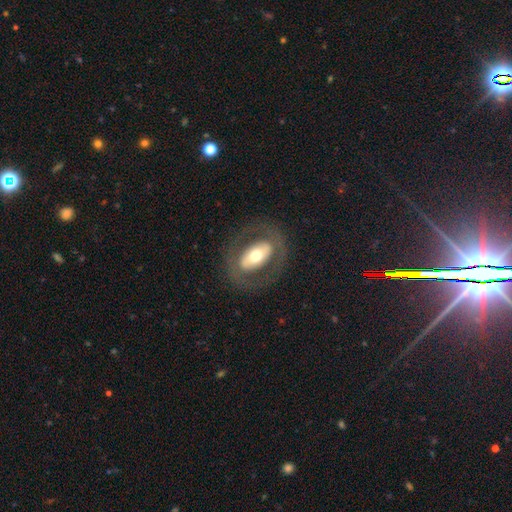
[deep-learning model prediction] A featured or disk galaxy (57%) with no bar (51%), no spiral arms (81%) and a moderate central bulge (59%). Merging: none (77%).